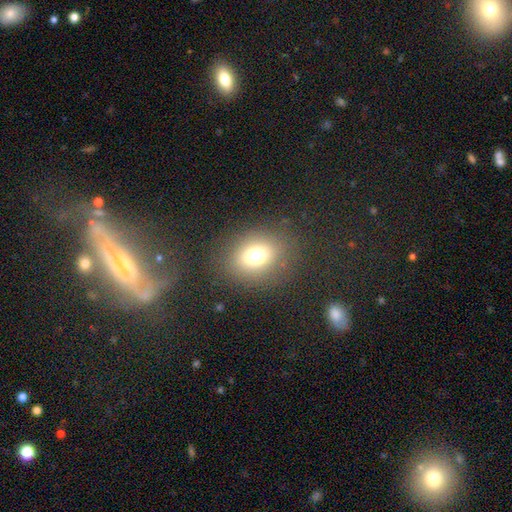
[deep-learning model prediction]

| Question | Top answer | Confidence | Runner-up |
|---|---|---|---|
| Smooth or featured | smooth | 73% | star or artifact (16%) |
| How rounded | round | 56% | in between (43%) |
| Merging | none | 82% | minor disturbance (10%) |